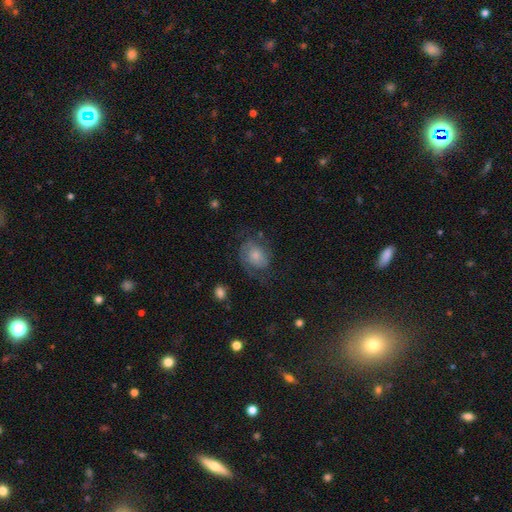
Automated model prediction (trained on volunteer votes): Smooth or featured? featured or disk (59%)
Edge-on disk? no (97%)
Bar? no (75%)
Spiral arms? yes (87%)
Bulge size? moderate (43%)
Merging? none (57%)